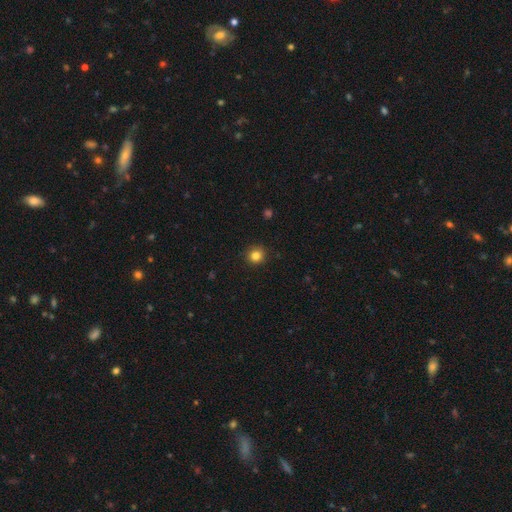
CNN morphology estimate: This appears to be a smooth galaxy with no disk features (84%) that is round (91%). Merging: none (90%).